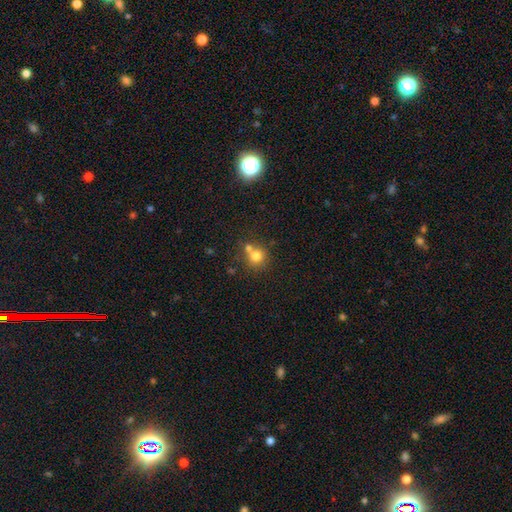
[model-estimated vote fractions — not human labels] A smooth galaxy with no disk features (75%) that is round (85%). Merging: none (49%).